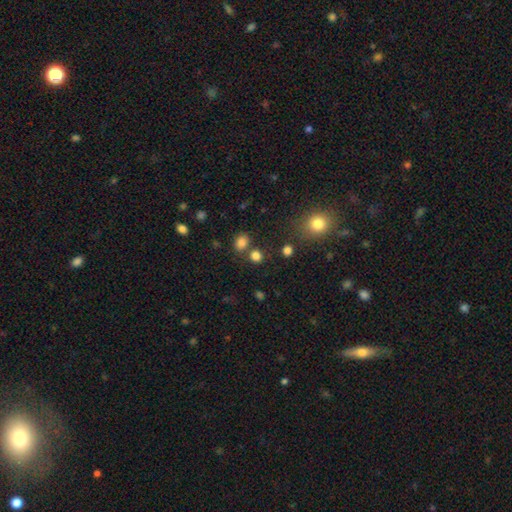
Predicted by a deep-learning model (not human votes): This appears to be a smooth galaxy with no disk features (81%) that is round (72%). Merging: none (74%).